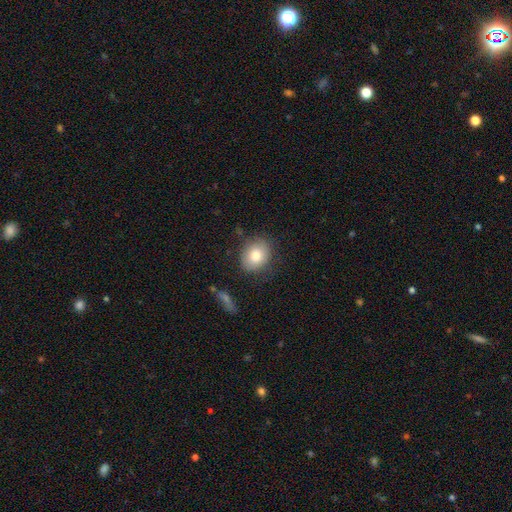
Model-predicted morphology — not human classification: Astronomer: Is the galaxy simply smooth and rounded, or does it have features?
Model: smooth — 80%.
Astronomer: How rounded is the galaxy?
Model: round — 54% (runner-up: in between, 45%).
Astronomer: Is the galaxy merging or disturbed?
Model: none — 78%.